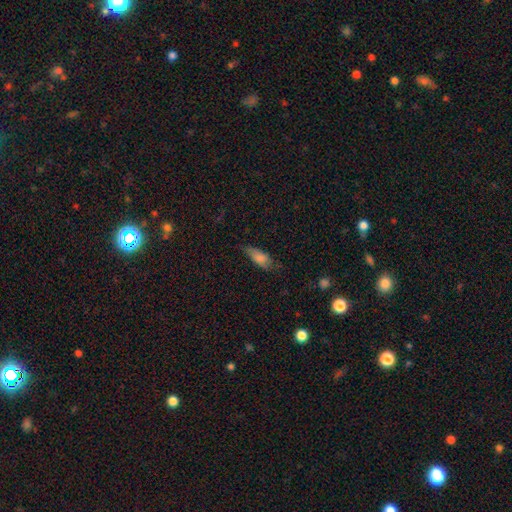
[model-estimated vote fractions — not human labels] This is likely a smooth galaxy (61%). How rounded: possibly in between (60%). Merging: likely none (70%).